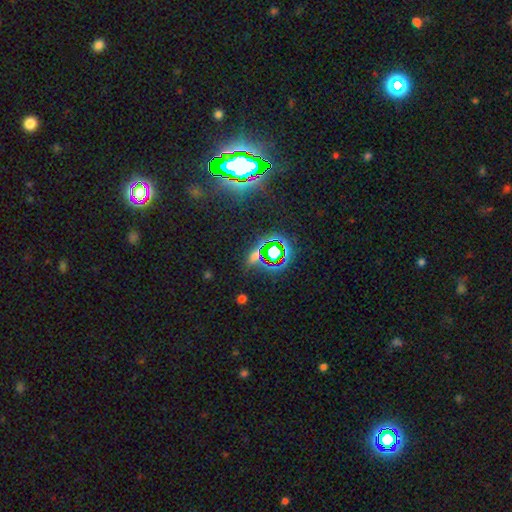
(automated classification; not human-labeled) This is likely a star or artifact rather than a galaxy (66%).